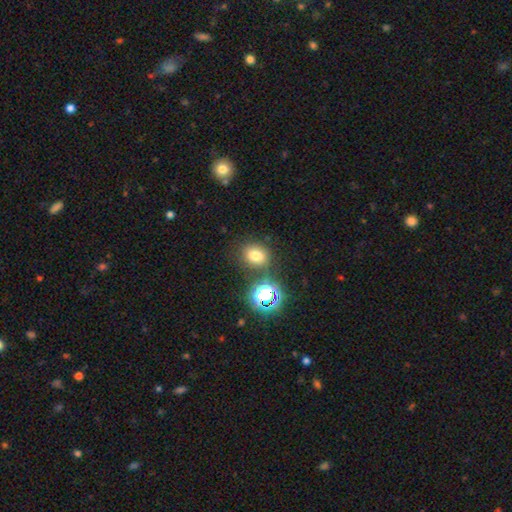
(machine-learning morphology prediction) smooth-or-featured: smooth: 69% | star or artifact: 22% | featured or disk: 9%
  how-rounded: round: 56% | in between: 43% | cigar-shaped: 1%
  merging: none: 73% | minor disturbance: 12% | merger: 10% | major disturbance: 5%